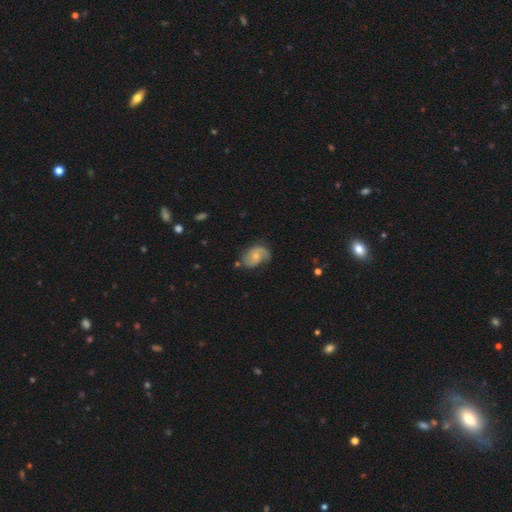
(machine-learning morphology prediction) Smooth or featured?
  - featured or disk: 67% *
  - smooth: 26%
  - star or artifact: 7%
Edge-on disk?
  - no: 97% *
  - yes: 3%
Bar?
  - no: 65% *
  - weak: 30%
  - strong: 5%
Spiral arms?
  - yes: 91% *
  - no: 9%
Spiral winding?
  - medium: 43% *
  - loose: 33%
  - tight: 24%
Spiral arm count?
  - 2: 72% *
  - 1: 14%
  - can't tell: 10%
  - 3: 2%
  - 4: 1%
  - more than 4: 1%
Bulge size?
  - small: 57% *
  - moderate: 35%
  - none: 6%
  - large: 2%
  - dominant: 1%
Merging?
  - none: 61% *
  - minor disturbance: 26%
  - major disturbance: 10%
  - merger: 3%